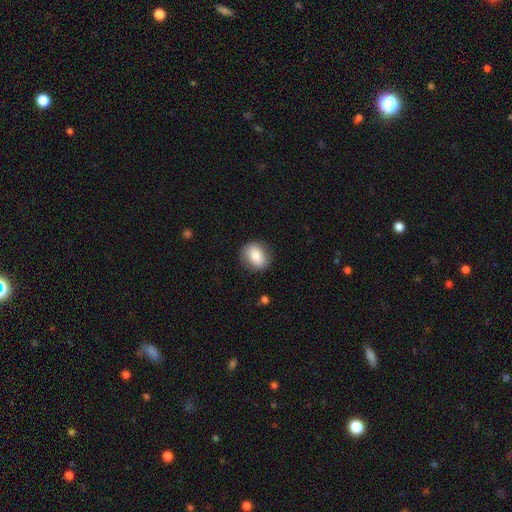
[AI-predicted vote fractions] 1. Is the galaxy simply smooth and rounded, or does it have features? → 78% smooth, 15% featured or disk, 7% star or artifact.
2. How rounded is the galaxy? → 53% round, 46% in between, 1% cigar-shaped.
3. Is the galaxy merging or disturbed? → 83% none, 12% minor disturbance, 3% major disturbance, 1% merger.